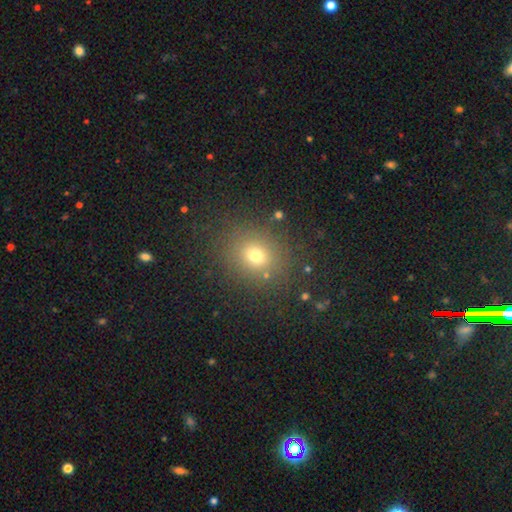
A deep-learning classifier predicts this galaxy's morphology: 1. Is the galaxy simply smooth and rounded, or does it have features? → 70% smooth, 20% star or artifact, 10% featured or disk.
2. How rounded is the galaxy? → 72% round, 27% in between, 1% cigar-shaped.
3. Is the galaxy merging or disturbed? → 84% none, 9% minor disturbance, 4% major disturbance, 3% merger.